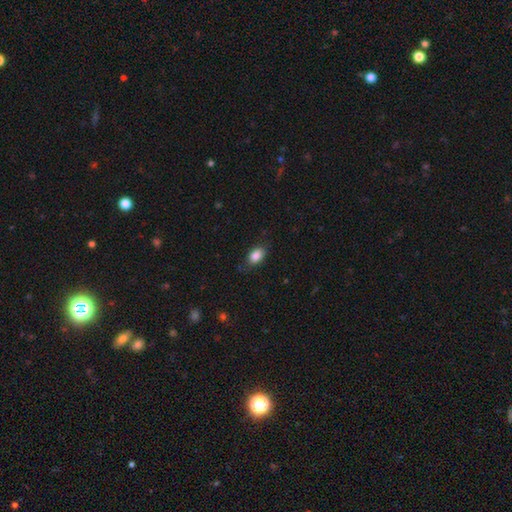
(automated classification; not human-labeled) Smooth or featured? smooth (86%)
How rounded? in between (88%)
Merging? none (79%)